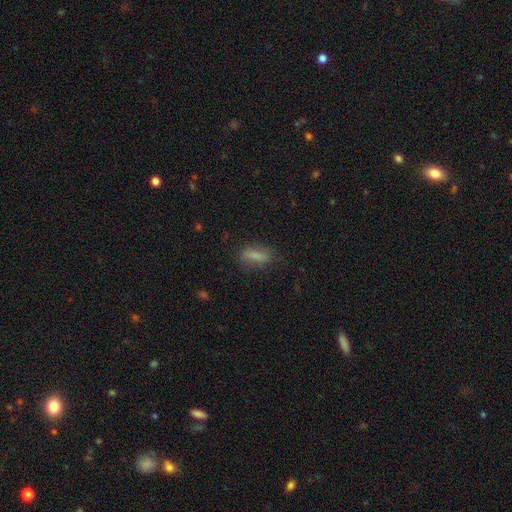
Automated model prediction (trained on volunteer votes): The model was most divided on "how rounded": in between: 57%, cigar-shaped: 38%, round: 4%. More confident: smooth or featured — smooth (75%); merging — none (70%).